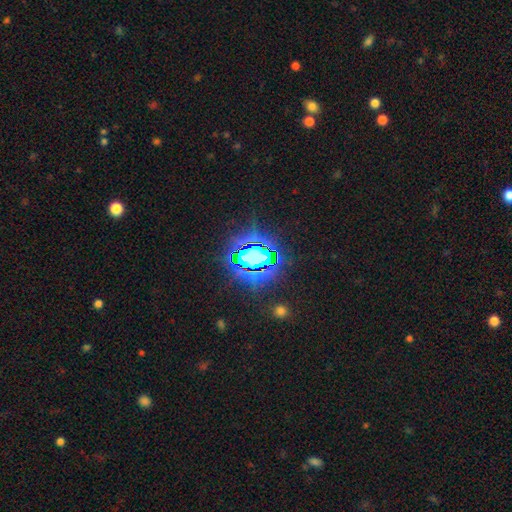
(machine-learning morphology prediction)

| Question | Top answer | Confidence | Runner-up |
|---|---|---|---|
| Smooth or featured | star or artifact | 81% | smooth (12%) |